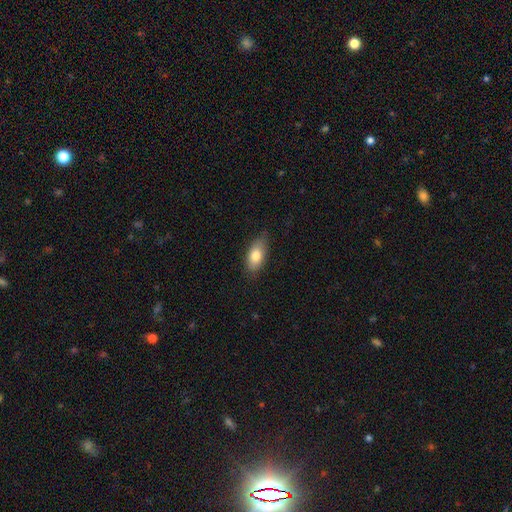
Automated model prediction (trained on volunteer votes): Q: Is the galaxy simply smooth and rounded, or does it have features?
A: smooth — 79%.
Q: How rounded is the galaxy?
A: in between — 88%.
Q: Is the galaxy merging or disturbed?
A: none — 78%.